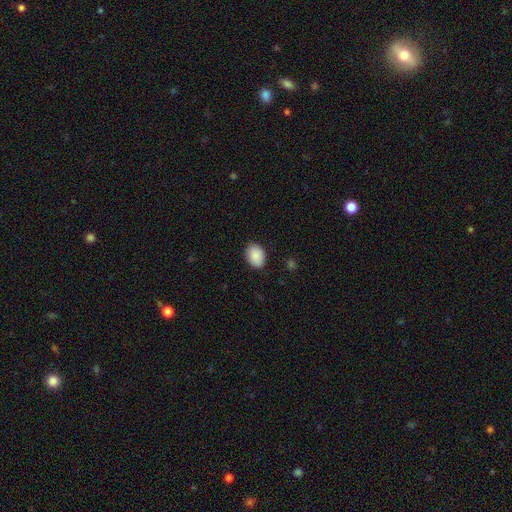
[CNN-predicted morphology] A smooth galaxy with no disk features (89%) that is in between round and cigar-shaped (77%).

Vote fractions:
- Smooth or featured? smooth: 89% / star or artifact: 7% / featured or disk: 4%
- How rounded? in between: 77% / round: 22% / cigar-shaped: 1%
- Merging? none: 87% / minor disturbance: 10% / major disturbance: 2% / merger: 1%